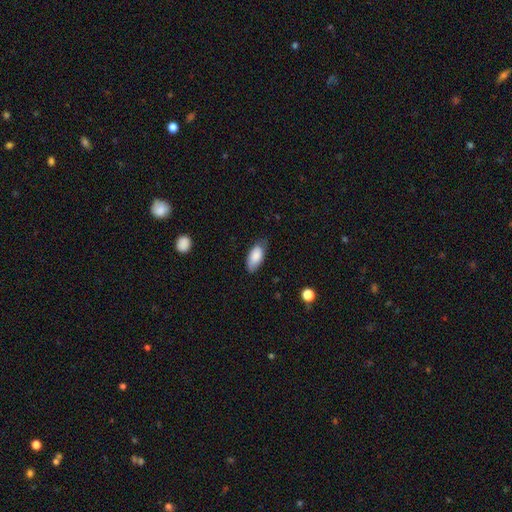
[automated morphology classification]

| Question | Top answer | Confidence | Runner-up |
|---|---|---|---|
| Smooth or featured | smooth | 85% | featured or disk (9%) |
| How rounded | in between | 91% | cigar-shaped (6%) |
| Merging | none | 69% | minor disturbance (25%) |